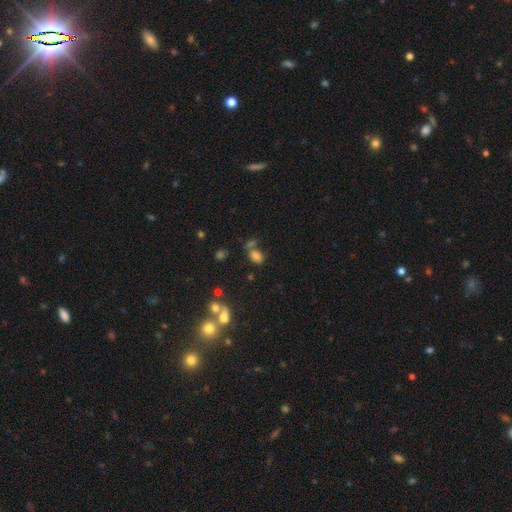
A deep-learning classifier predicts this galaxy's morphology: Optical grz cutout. It shows a smooth galaxy with no disk features (75%) that is in between round and cigar-shaped (80%). Merging: none (52%).